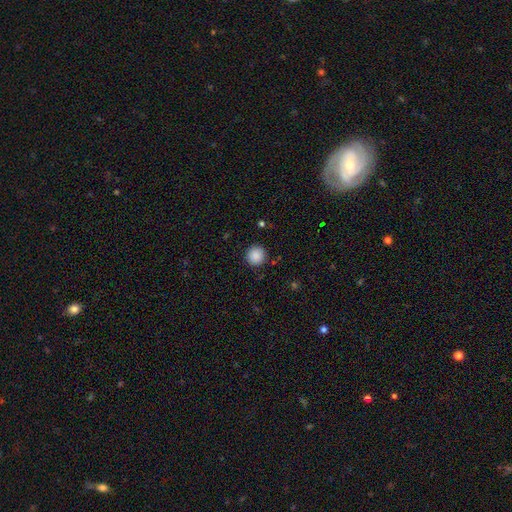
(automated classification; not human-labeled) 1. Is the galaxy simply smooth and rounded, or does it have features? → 88% smooth, 9% star or artifact, 3% featured or disk.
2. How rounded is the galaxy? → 95% round, 4% in between, 1% cigar-shaped.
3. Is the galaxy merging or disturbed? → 91% none, 6% minor disturbance, 2% major disturbance, 1% merger.